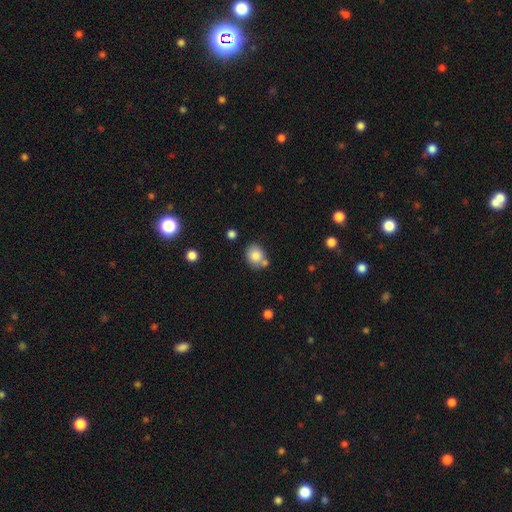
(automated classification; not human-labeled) Smooth or featured? Predicted: smooth (p=0.83). How rounded? Predicted: round (p=0.66). Merging? Predicted: none (p=0.64).